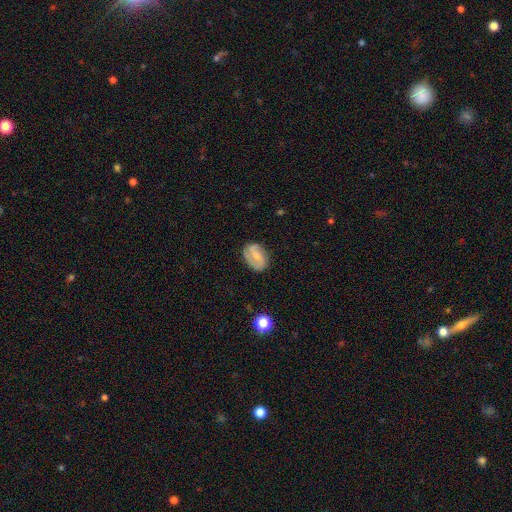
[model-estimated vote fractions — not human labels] Smooth or featured? Predicted: featured or disk (p=0.61). Edge-on disk? Predicted: no (p=0.97). Bar? Predicted: weak (p=0.48). Spiral arms? Predicted: yes (p=0.85). Bulge size? Predicted: small (p=0.51). Merging? Predicted: none (p=0.75).